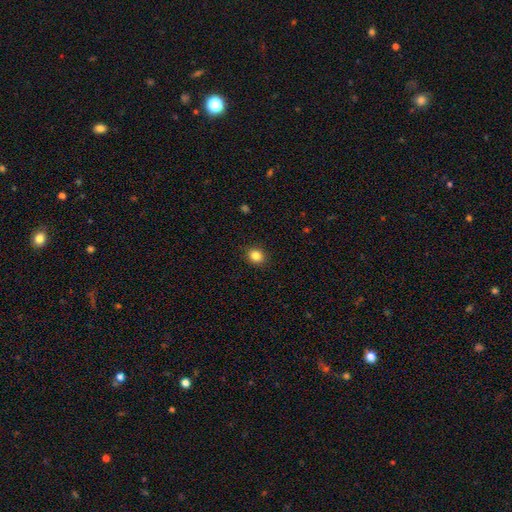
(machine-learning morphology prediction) Overall: smooth (84%). How rounded: round (69%; in between 30%). Merging: none (90%).